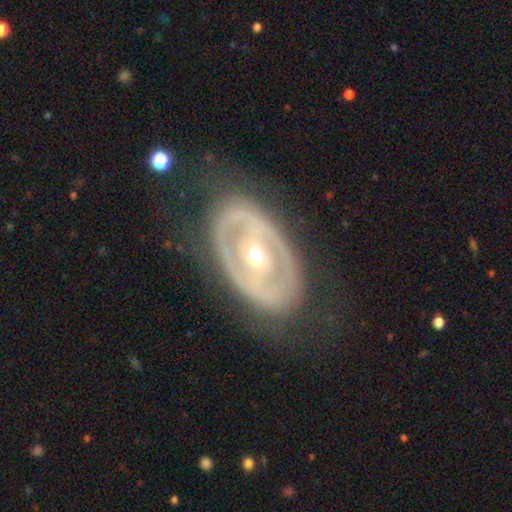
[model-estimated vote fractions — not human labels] Smooth or featured?
  - featured or disk: 78% *
  - smooth: 17%
  - star or artifact: 5%
Edge-on disk?
  - no: 92% *
  - yes: 8%
Bar?
  - no: 51% *
  - strong: 26%
  - weak: 23%
Spiral arms?
  - no: 70% *
  - yes: 30%
Bulge size?
  - moderate: 54% *
  - small: 42%
  - large: 2%
  - dominant: 1%
  - none: 1%
Merging?
  - none: 73% *
  - minor disturbance: 16%
  - major disturbance: 10%
  - merger: 1%